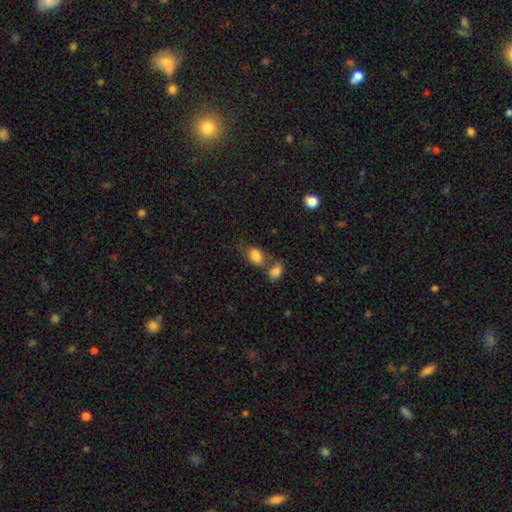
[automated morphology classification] The model was most divided on "merging": none: 43%, merger: 34%, minor disturbance: 16%, major disturbance: 7%. More confident: smooth or featured — smooth (83%); how rounded — in between (78%).